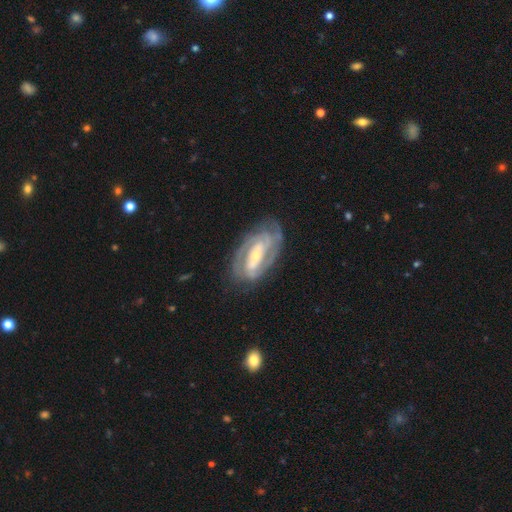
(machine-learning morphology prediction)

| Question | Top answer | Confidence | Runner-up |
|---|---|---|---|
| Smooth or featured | featured or disk | 87% | smooth (8%) |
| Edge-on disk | no | 95% | yes (5%) |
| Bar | strong | 51% | weak (30%) |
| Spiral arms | yes | 94% | no (6%) |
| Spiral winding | tight | 61% | medium (32%) |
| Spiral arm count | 2 | 58% | can't tell (17%) |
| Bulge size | small | 58% | moderate (37%) |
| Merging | none | 75% | minor disturbance (17%) |